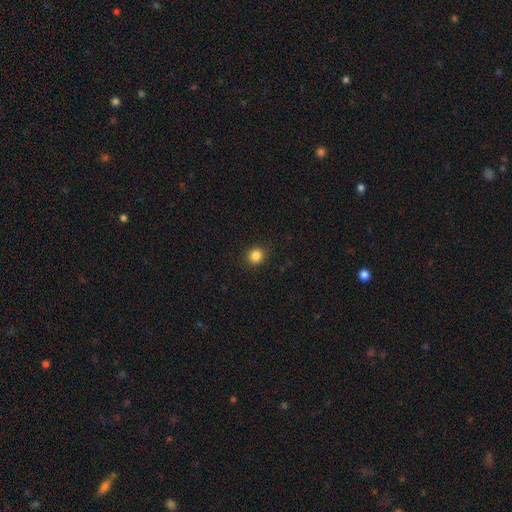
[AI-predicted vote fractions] A smooth galaxy with no disk features (85%) that is round (86%). Merging: none (91%).